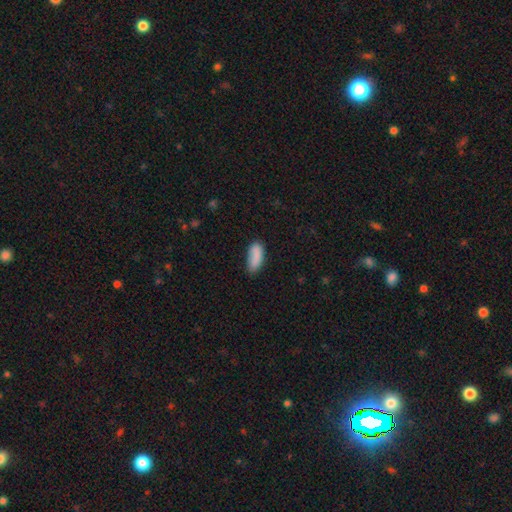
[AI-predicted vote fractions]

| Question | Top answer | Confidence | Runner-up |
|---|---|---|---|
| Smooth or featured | smooth | 86% | star or artifact (7%) |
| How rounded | in between | 81% | cigar-shaped (17%) |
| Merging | none | 67% | minor disturbance (25%) |